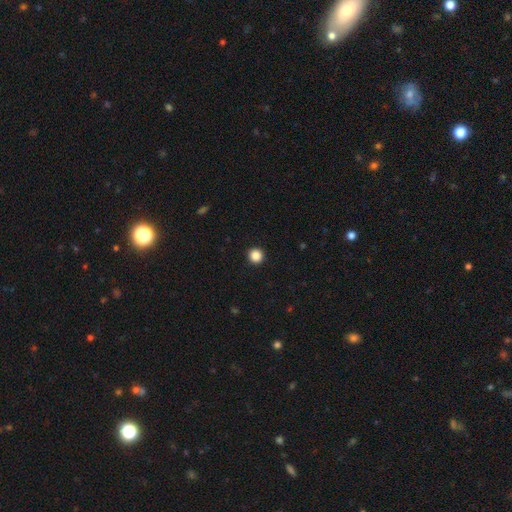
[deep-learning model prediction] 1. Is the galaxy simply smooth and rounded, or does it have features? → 87% smooth, 10% star or artifact, 3% featured or disk.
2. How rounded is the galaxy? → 95% round, 4% in between, 1% cigar-shaped.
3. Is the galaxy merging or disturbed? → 94% none, 4% minor disturbance, 1% major disturbance, 1% merger.